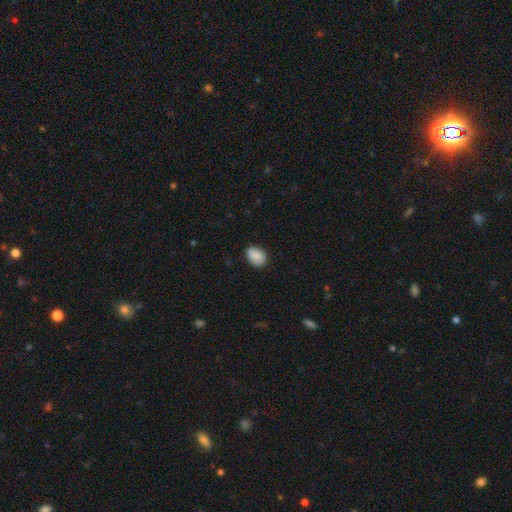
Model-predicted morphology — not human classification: This is clearly a smooth galaxy (86%). How rounded: likely in between (70%). Merging: clearly none (83%).